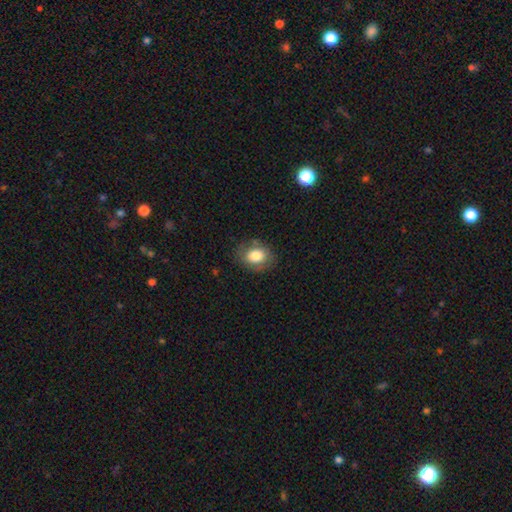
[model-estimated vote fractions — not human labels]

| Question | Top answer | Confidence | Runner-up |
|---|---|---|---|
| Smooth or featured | smooth | 78% | featured or disk (13%) |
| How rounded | in between | 52% | round (48%) |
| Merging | none | 78% | minor disturbance (15%) |